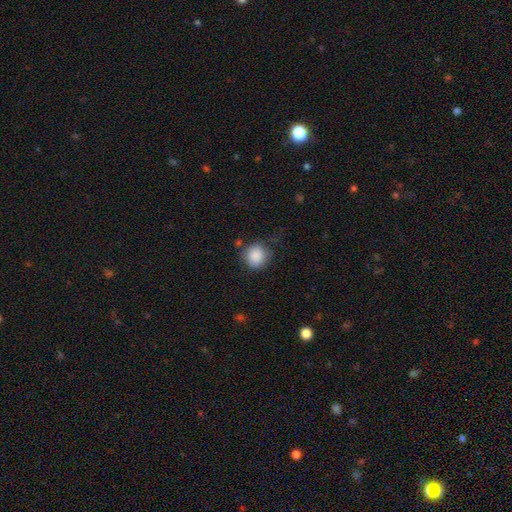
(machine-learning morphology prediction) smooth 88%, star or artifact 8%, featured or disk 4%. Down the decision tree: how rounded — round (89%); merging — none (73%).